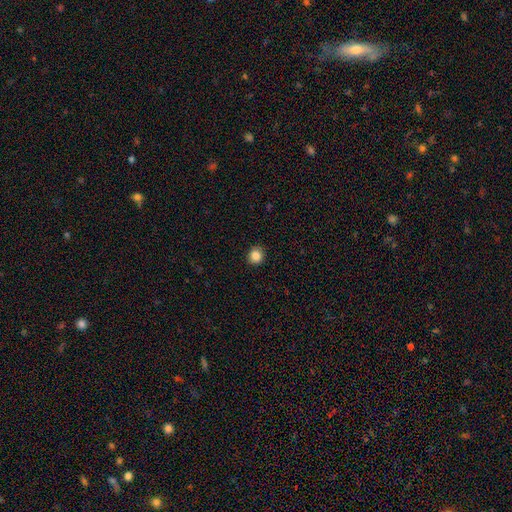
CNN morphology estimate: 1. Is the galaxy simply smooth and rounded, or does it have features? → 86% smooth, 10% star or artifact, 4% featured or disk.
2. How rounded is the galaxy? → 87% round, 12% in between, 1% cigar-shaped.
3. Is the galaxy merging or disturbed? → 92% none, 6% minor disturbance, 2% major disturbance, 1% merger.